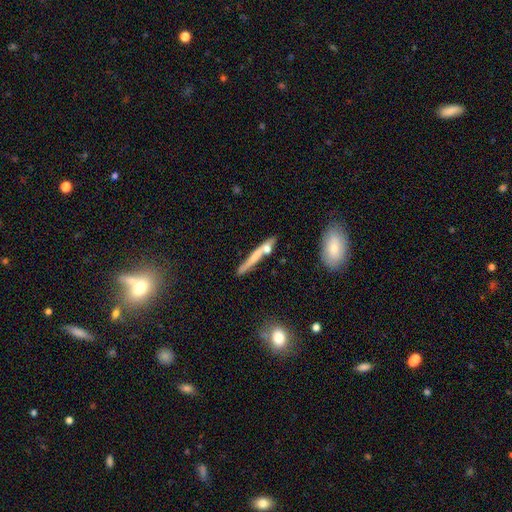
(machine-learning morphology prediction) smooth 54%, featured or disk 38%, star or artifact 8%. Down the decision tree: how rounded — cigar-shaped (93%); merging — none (63%).